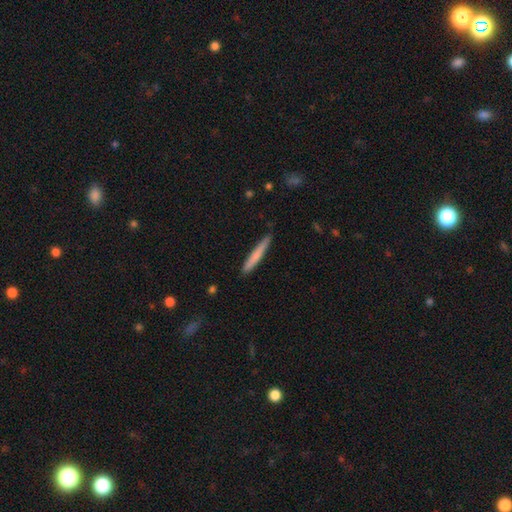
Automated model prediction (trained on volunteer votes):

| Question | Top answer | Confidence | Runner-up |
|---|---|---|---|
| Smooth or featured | smooth | 73% | featured or disk (22%) |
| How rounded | cigar-shaped | 96% | in between (3%) |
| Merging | none | 86% | minor disturbance (11%) |